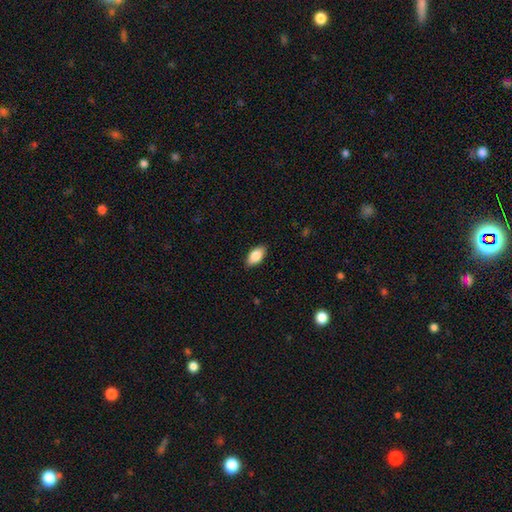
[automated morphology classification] A smooth galaxy with no disk features (86%) that is in between round and cigar-shaped (92%). Merging: none (88%).